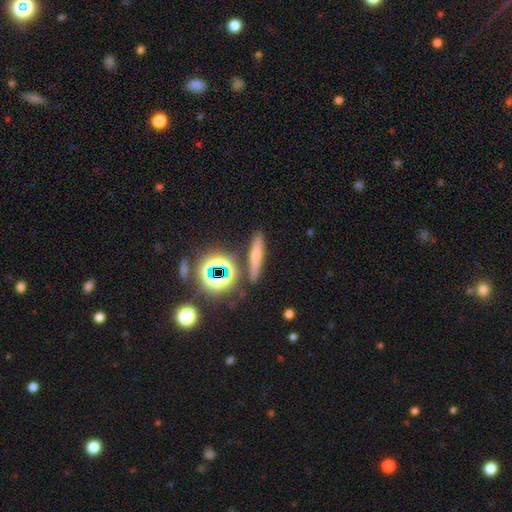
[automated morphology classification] smooth 52%, featured or disk 25%, star or artifact 23%. Down the decision tree: how rounded — cigar-shaped (73%); merging — none (80%).